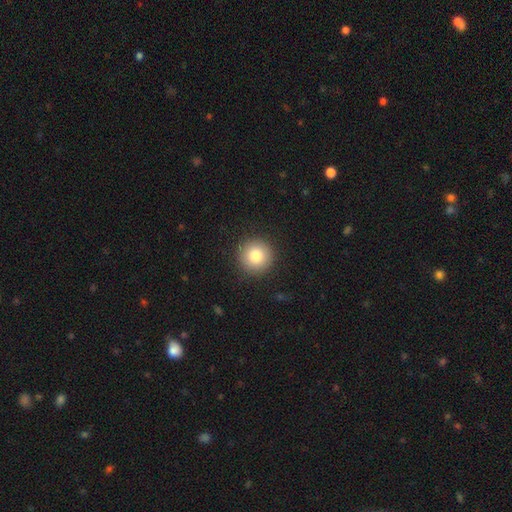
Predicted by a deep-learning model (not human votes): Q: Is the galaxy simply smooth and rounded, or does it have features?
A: smooth — 83%.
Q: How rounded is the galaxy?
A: round — 96%.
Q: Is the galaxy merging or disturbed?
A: none — 91%.